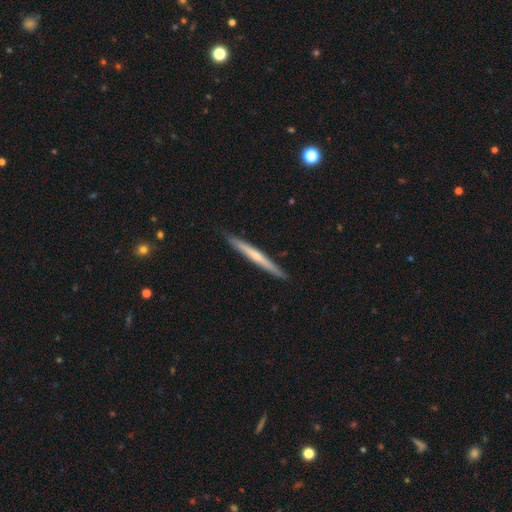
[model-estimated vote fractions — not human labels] smooth_or_featured: featured or disk (p=0.54) [alt: smooth p=0.41]
disk_edge_on: yes (p=0.97) [alt: no p=0.03]
edge_on_bulge: none (p=0.56) [alt: rounded p=0.39]
merging: none (p=0.90) [alt: minor disturbance p=0.07]